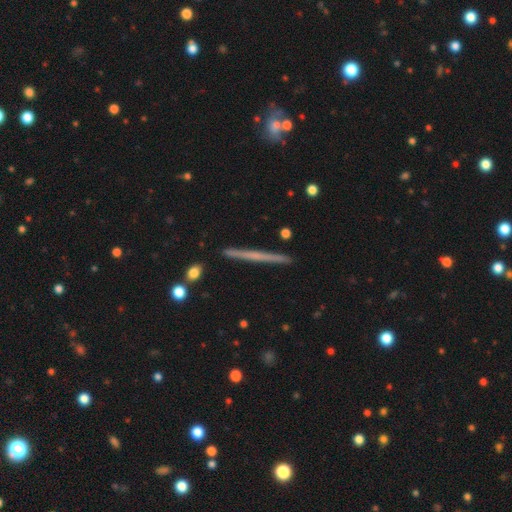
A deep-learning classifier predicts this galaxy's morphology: Q: Smooth or featured?
A: featured or disk (58%); runner-up: smooth (36%)
Q: Edge-on disk?
A: yes (98%); runner-up: no (2%)
Q: Edge-on bulge?
A: none (76%); runner-up: rounded (20%)
Q: Merging?
A: none (91%); runner-up: minor disturbance (6%)